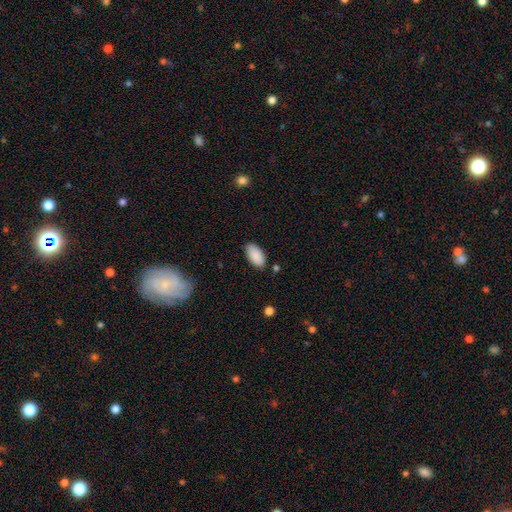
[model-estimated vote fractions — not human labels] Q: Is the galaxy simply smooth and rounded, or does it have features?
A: smooth — 89%.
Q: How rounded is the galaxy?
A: in between — 95%.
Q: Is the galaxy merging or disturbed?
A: none — 81%.